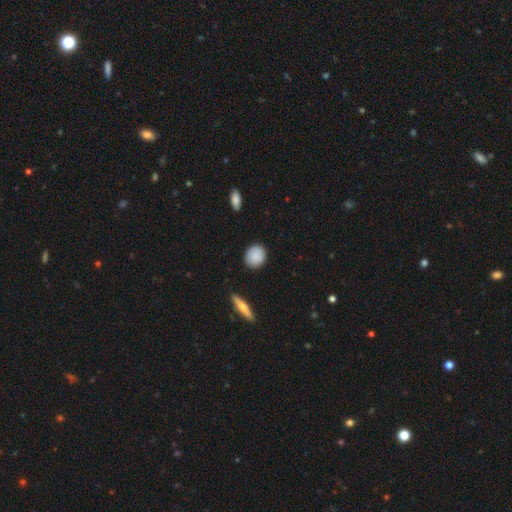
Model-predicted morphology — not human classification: Smooth or featured? Predicted: smooth (p=0.86). How rounded? Predicted: round (p=0.76). Merging? Predicted: none (p=0.88).